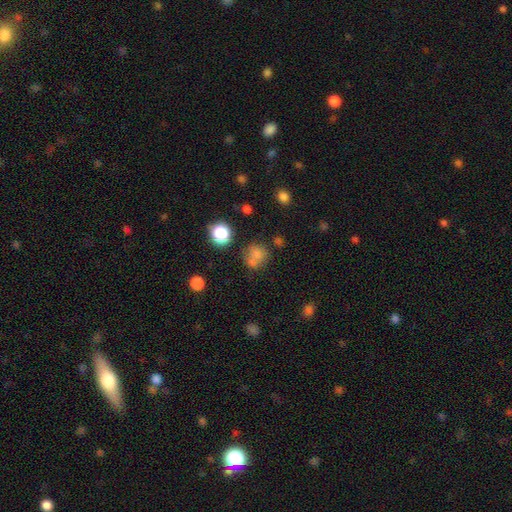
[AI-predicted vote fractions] This is likely a smooth galaxy (73%). How rounded: clearly round (83%). Merging: possibly none (53%).